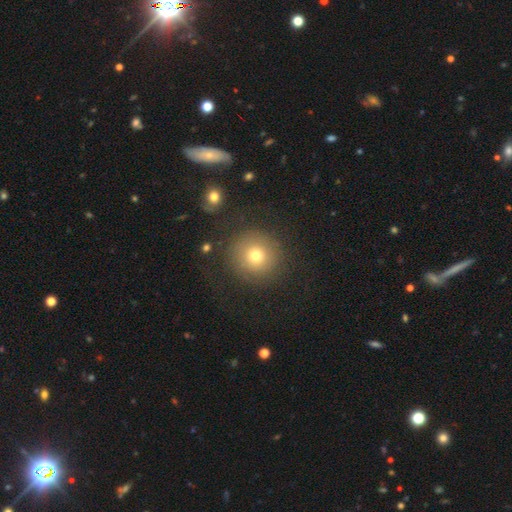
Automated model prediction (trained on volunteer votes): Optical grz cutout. It shows a smooth galaxy with no disk features (72%) that is round (94%). Merging: none (84%).